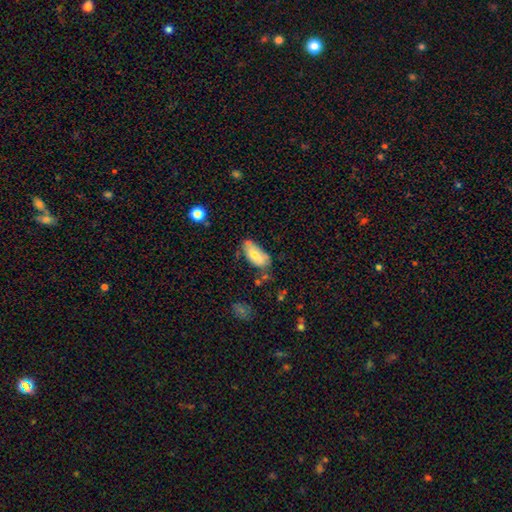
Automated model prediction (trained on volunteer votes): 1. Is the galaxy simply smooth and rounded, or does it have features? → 69% smooth, 24% featured or disk, 7% star or artifact.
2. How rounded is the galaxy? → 91% in between, 7% cigar-shaped, 2% round.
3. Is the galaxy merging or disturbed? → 52% none, 32% minor disturbance, 9% major disturbance, 7% merger.